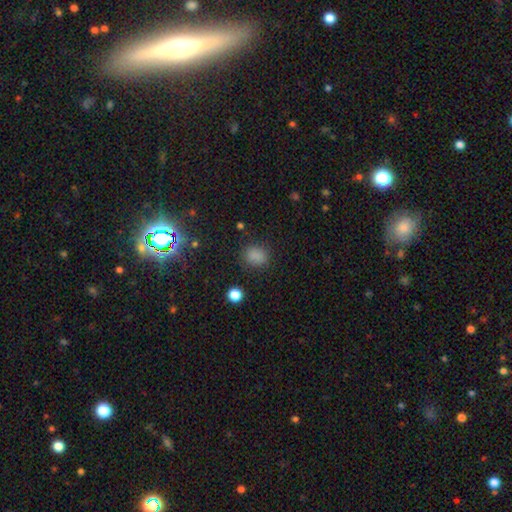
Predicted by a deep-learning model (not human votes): Smooth or featured? Predicted: smooth (p=0.83). How rounded? Predicted: round (p=0.55). Merging? Predicted: none (p=0.83).